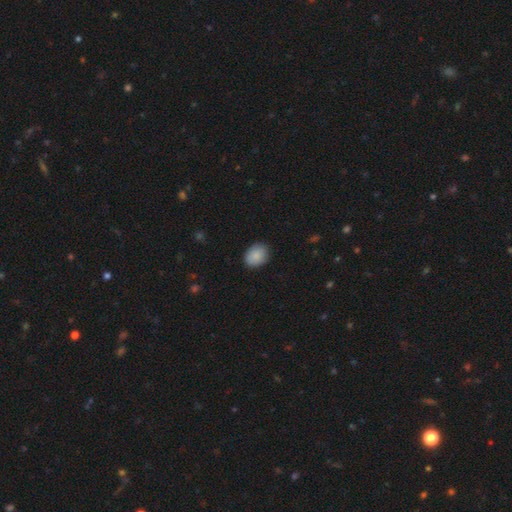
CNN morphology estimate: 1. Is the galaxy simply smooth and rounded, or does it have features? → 87% smooth, 7% star or artifact, 6% featured or disk.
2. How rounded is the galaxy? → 61% in between, 38% round, 1% cigar-shaped.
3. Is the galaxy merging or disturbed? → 85% none, 12% minor disturbance, 2% major disturbance, 1% merger.